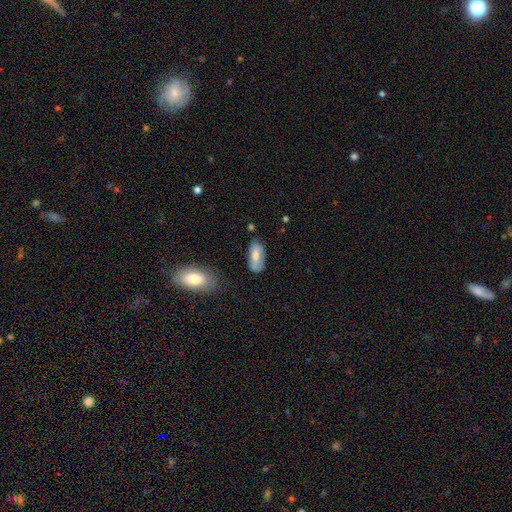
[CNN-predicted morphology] Smooth or featured: smooth — 70% (featured or disk — 23%)
How rounded: in between — 90% (cigar-shaped — 7%)
Merging: none — 64% (minor disturbance — 25%)